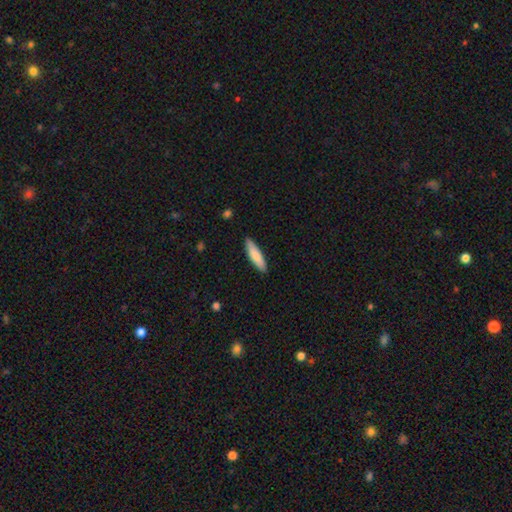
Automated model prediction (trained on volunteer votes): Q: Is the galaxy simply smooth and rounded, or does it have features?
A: smooth — 81%.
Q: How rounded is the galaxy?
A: cigar-shaped — 69%.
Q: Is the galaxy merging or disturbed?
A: none — 88%.